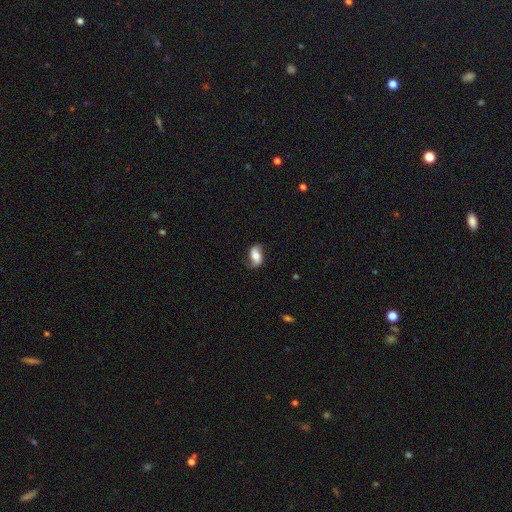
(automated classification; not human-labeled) A featured or disk galaxy (48%).

Vote fractions:
- Smooth or featured? featured or disk: 48% / smooth: 43% / star or artifact: 8%
- Merging? none: 67% / minor disturbance: 23% / major disturbance: 9% / merger: 1%